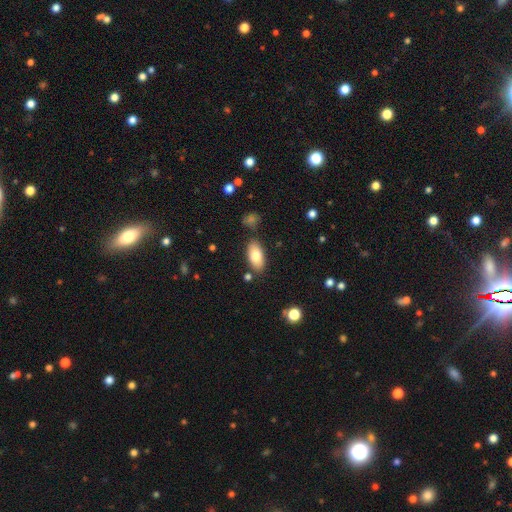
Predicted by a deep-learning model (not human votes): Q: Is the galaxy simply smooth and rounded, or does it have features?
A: smooth — 80%.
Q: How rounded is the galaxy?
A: in between — 92%.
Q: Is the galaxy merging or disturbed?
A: none — 81%.